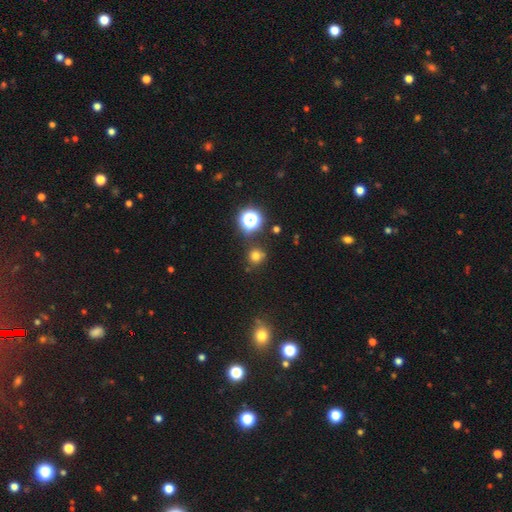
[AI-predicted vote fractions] Smooth or featured: smooth — 71% (star or artifact — 23%)
How rounded: round — 91% (in between — 8%)
Merging: none — 81% (minor disturbance — 10%)